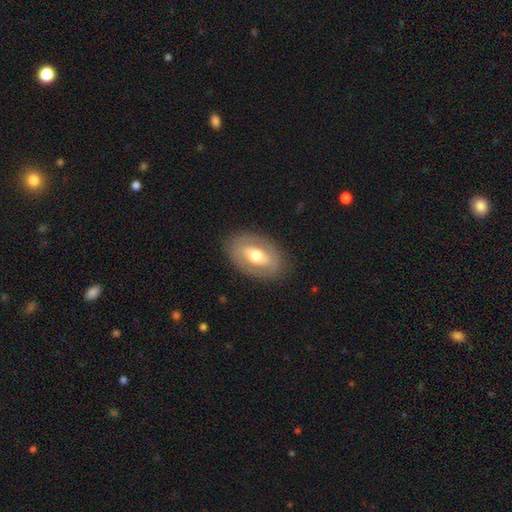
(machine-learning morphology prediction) This appears to be a featured or disk galaxy (50%). Merging: none (83%).